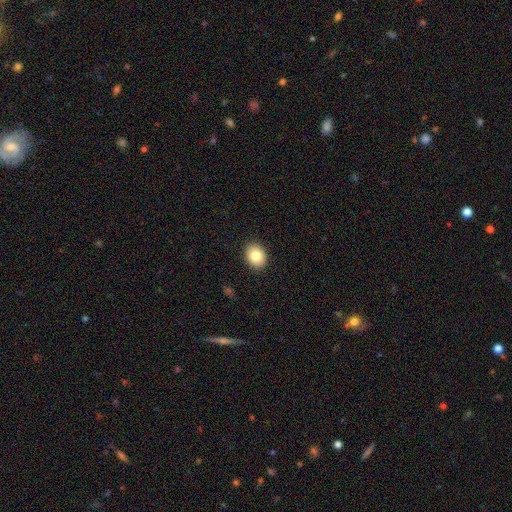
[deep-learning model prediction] smooth-or-featured: smooth: 83% | star or artifact: 8% | featured or disk: 8%
  how-rounded: in between: 58% | round: 41% | cigar-shaped: 1%
  merging: none: 91% | minor disturbance: 6% | major disturbance: 2% | merger: 1%